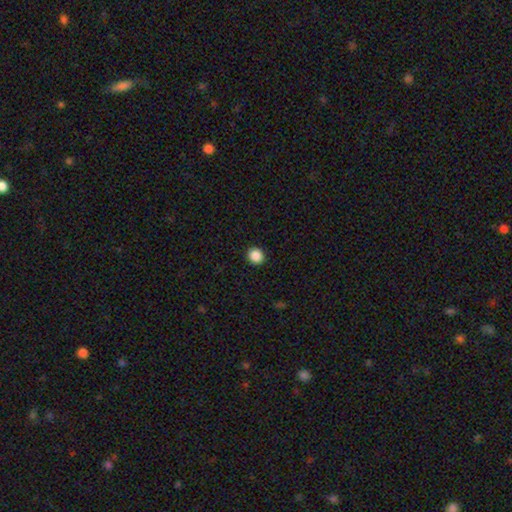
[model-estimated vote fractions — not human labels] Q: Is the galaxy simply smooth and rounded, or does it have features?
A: smooth — 88%.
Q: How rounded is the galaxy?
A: round — 91%.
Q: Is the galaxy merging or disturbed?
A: none — 93%.